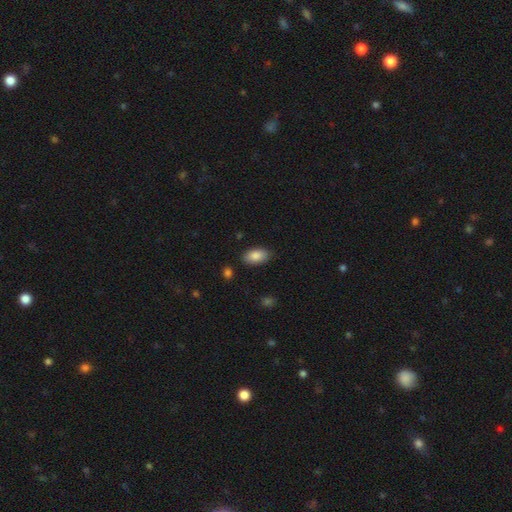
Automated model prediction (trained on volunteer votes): This is clearly a smooth galaxy (87%). How rounded: clearly in between (93%). Merging: clearly none (85%).